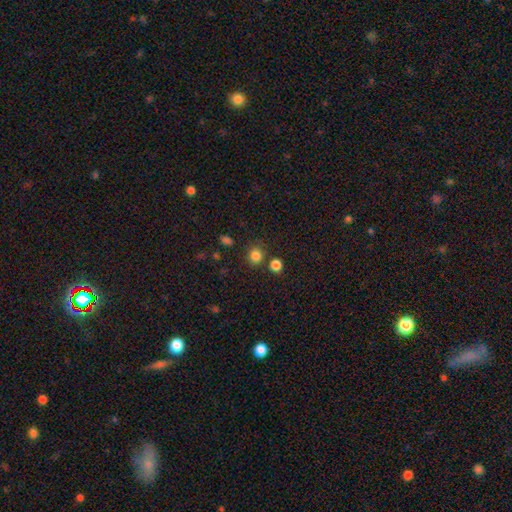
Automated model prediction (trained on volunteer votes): Overall: smooth (83%). How rounded: round (84%). Merging: none (80%).